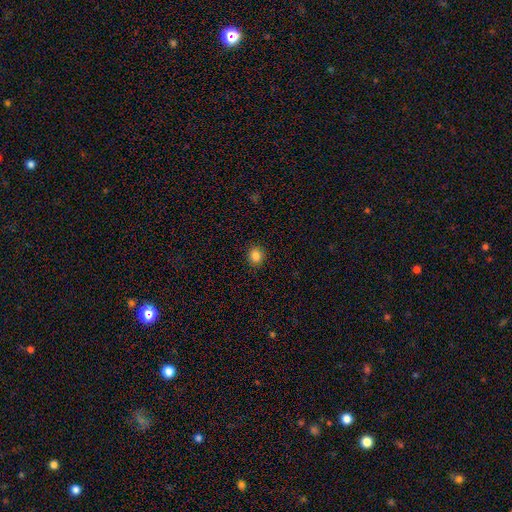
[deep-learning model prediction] smooth_or_featured: smooth (p=0.85) [alt: star or artifact p=0.11]
how_rounded: round (p=0.71) [alt: in between p=0.28]
merging: none (p=0.91) [alt: minor disturbance p=0.07]